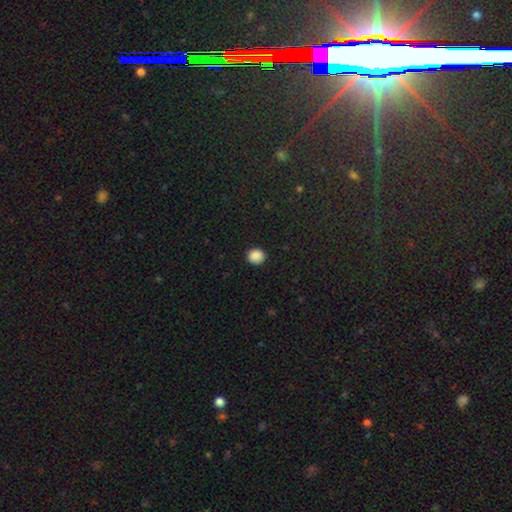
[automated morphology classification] Smooth or featured? Predicted: smooth (p=0.88). How rounded? Predicted: round (p=0.87). Merging? Predicted: none (p=0.92).